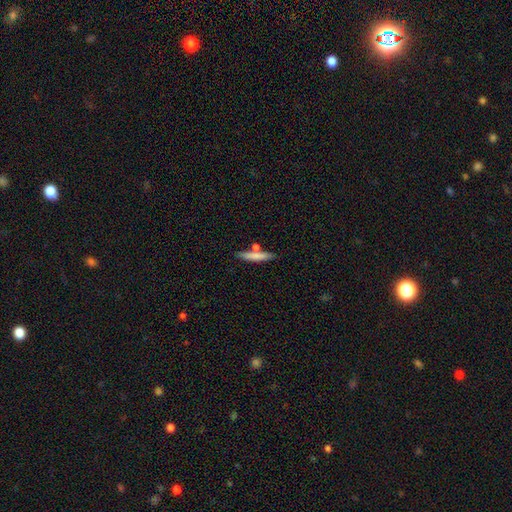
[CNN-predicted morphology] smooth-or-featured: smooth: 73% | featured or disk: 21% | star or artifact: 6%
  how-rounded: cigar-shaped: 88% | in between: 10% | round: 2%
  merging: none: 70% | merger: 15% | minor disturbance: 12% | major disturbance: 3%